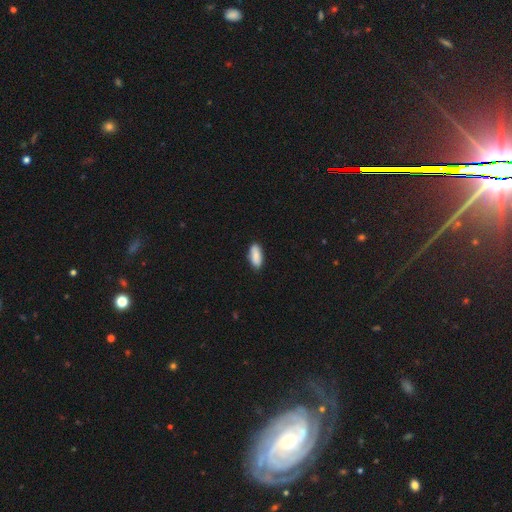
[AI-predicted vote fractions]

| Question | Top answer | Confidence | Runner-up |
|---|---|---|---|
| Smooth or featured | smooth | 88% | featured or disk (6%) |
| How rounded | in between | 81% | cigar-shaped (16%) |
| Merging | none | 86% | minor disturbance (11%) |